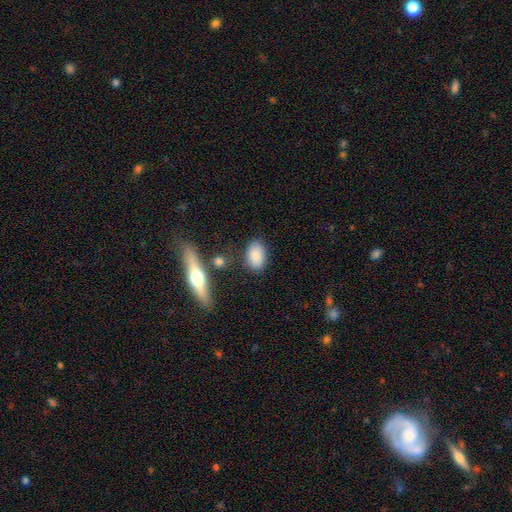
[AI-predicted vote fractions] A smooth galaxy with no disk features (85%) that is in between round and cigar-shaped (89%). Merging: none (80%).